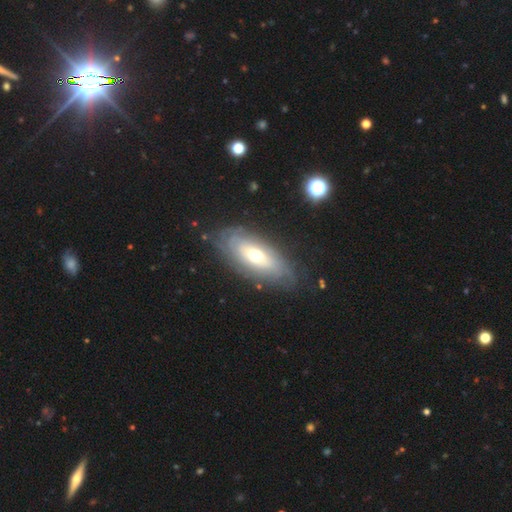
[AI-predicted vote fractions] This is likely a featured or disk galaxy (64%). It is clearly not viewed edge-on (82%). Bar: clearly no (81%). Spiral arm pattern: possibly yes (53%). Central bulge: likely moderate (71%). Merging: likely none (74%).